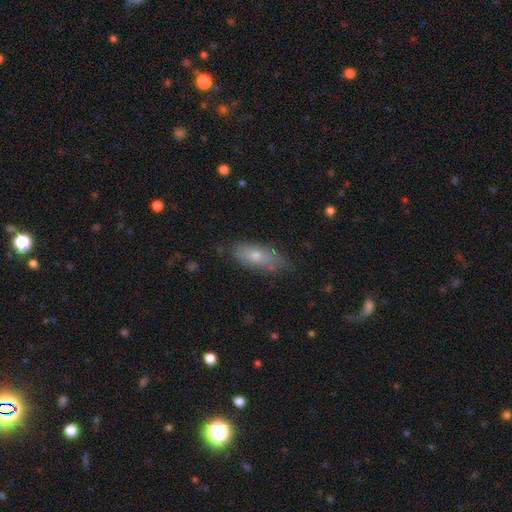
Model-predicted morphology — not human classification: type=smooth (64%); roundness=in between (75%); merging=none (70%).